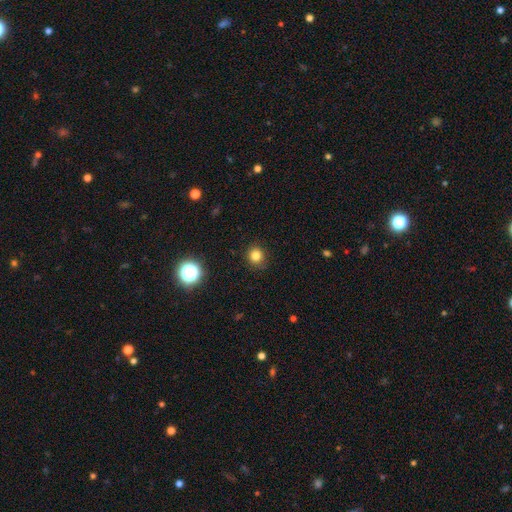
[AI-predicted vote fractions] smooth_or_featured: smooth (p=0.80) [alt: star or artifact p=0.15]
how_rounded: round (p=0.88) [alt: in between p=0.11]
merging: none (p=0.87) [alt: minor disturbance p=0.09]